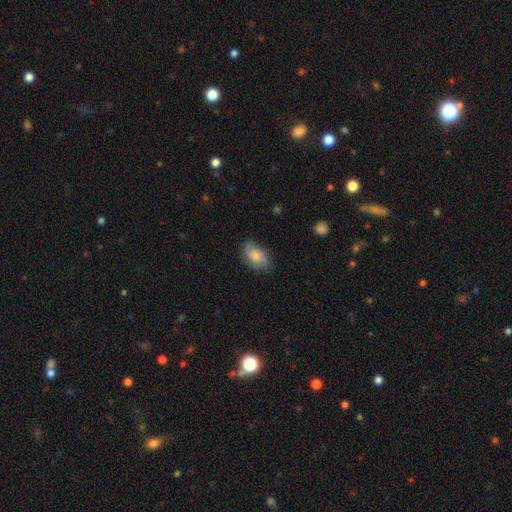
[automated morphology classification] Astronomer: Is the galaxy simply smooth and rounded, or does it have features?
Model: smooth — 77%.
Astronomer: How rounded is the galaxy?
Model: in between — 90%.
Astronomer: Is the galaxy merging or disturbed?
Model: none — 74%.